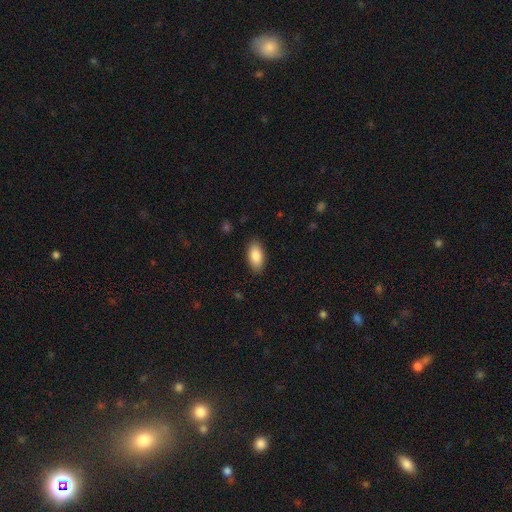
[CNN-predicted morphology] Smooth or featured?
  - smooth: 87% *
  - featured or disk: 7%
  - star or artifact: 6%
How rounded?
  - in between: 92% *
  - cigar-shaped: 5%
  - round: 3%
Merging?
  - none: 88% *
  - minor disturbance: 9%
  - major disturbance: 2%
  - merger: 1%